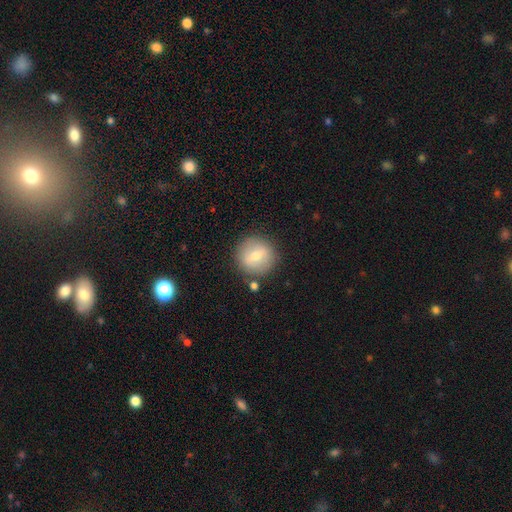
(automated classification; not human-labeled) smooth 63%, featured or disk 29%, star or artifact 8%. Down the decision tree: how rounded — round (93%); merging — none (84%).